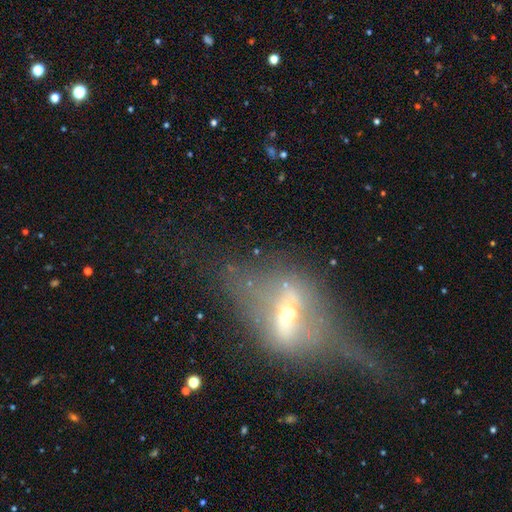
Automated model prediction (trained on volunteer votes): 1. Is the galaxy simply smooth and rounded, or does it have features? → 59% featured or disk, 25% smooth, 17% star or artifact.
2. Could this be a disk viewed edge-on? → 71% no, 29% yes.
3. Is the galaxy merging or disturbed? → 36% none, 31% major disturbance, 18% minor disturbance, 15% merger.